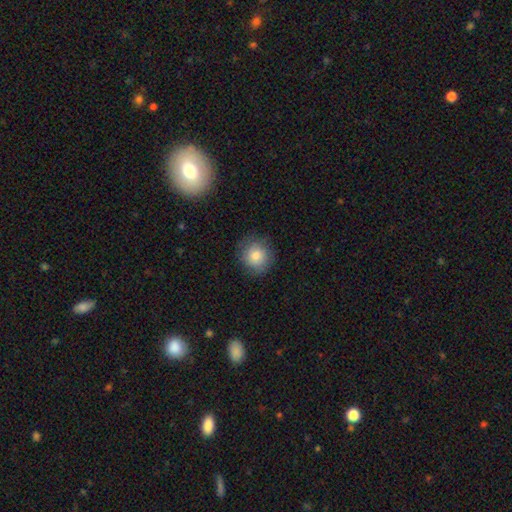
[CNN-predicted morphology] Overall: smooth (82%). How rounded: round (88%). Merging: none (83%).